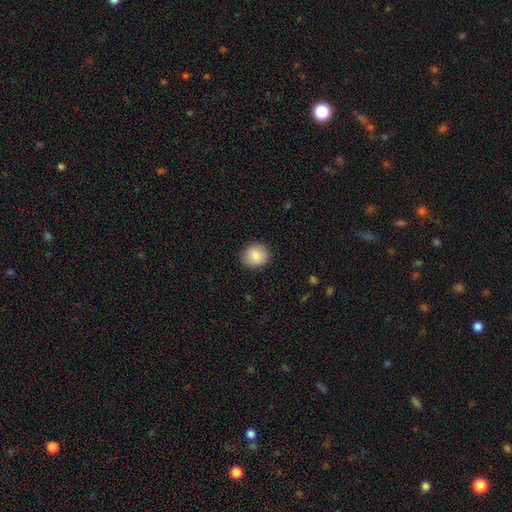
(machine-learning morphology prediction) A smooth galaxy with no disk features (84%) that is round (82%). Merging: none (89%).